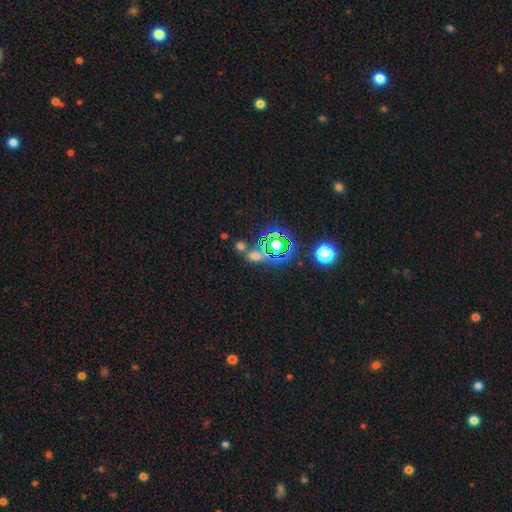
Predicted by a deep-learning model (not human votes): Overall: star or artifact (49%; smooth 41%).